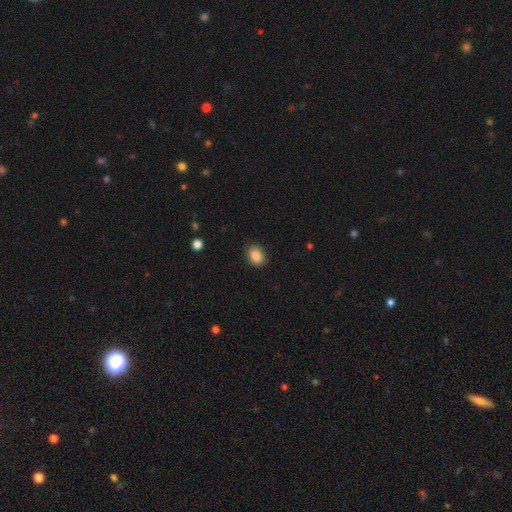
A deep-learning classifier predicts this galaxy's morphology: This appears to be a smooth galaxy with no disk features (87%) that is in between round and cigar-shaped (58%). Merging: none (84%).